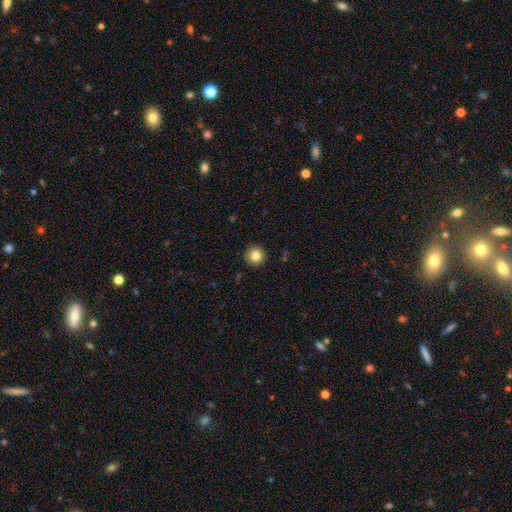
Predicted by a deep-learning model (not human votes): smooth-or-featured: smooth: 82% | star or artifact: 10% | featured or disk: 8%
  how-rounded: round: 95% | in between: 4% | cigar-shaped: 1%
  merging: none: 92% | minor disturbance: 6% | major disturbance: 2% | merger: 1%